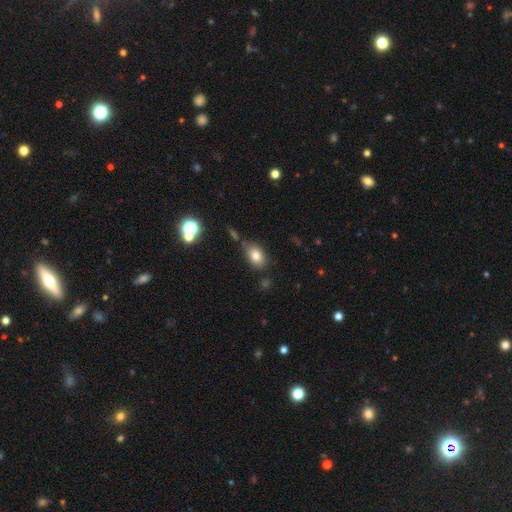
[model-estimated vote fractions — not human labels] Smooth or featured? Predicted: smooth (p=0.79). How rounded? Predicted: in between (p=0.83). Merging? Predicted: none (p=0.72).